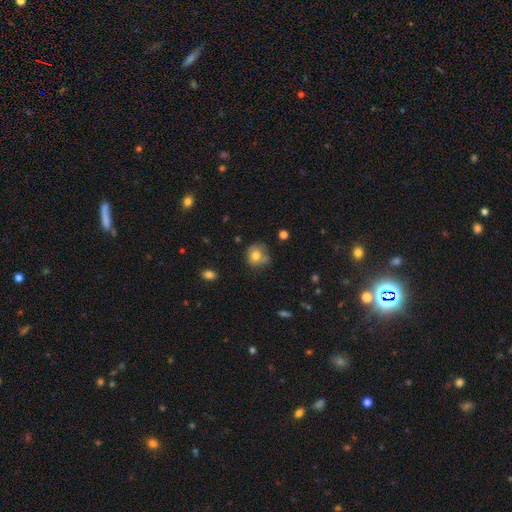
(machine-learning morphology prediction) This appears to be a smooth galaxy with no disk features (73%) that is round (78%). Merging: none (56%).